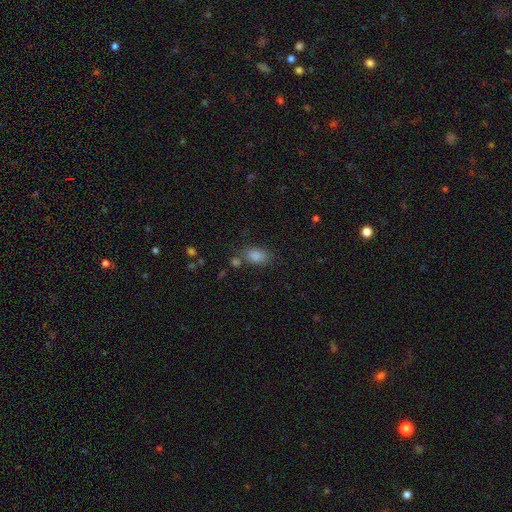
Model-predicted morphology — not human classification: This is clearly a smooth galaxy (81%). How rounded: clearly in between (83%). Merging: likely none (72%).